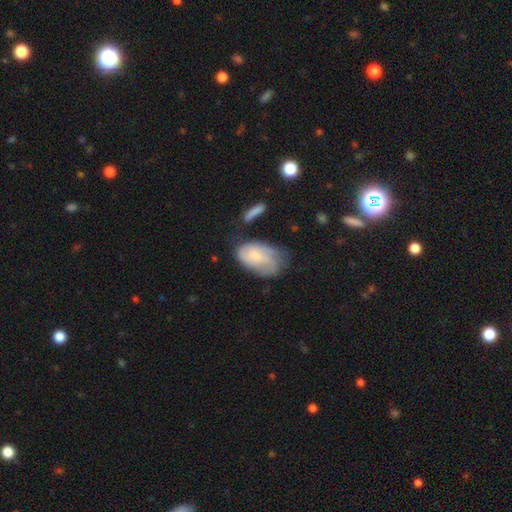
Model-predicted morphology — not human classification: This is possibly a smooth galaxy (51%). How rounded: clearly in between (90%). Merging: marginally none (36%).